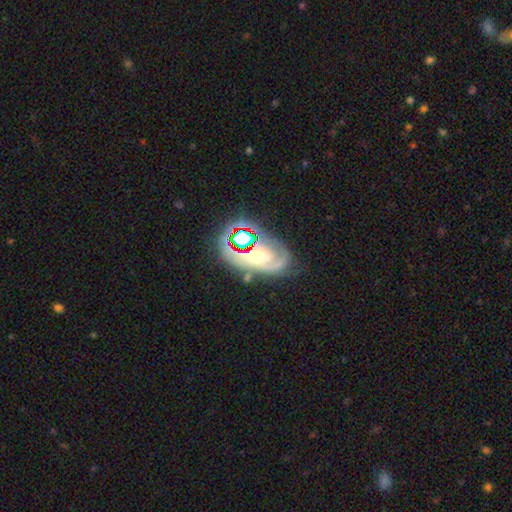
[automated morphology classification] A featured or disk galaxy (69%) with no bar (53%), 2 (47%) tight (53%) spiral arms (86%) and a moderate central bulge (46%). Merging: none (59%).